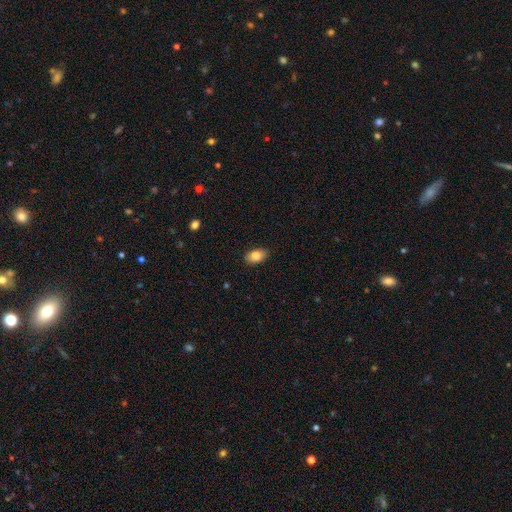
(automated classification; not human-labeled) smooth_or_featured: smooth (p=0.85) [alt: star or artifact p=0.08]
how_rounded: in between (p=0.88) [alt: round p=0.10]
merging: none (p=0.86) [alt: minor disturbance p=0.10]